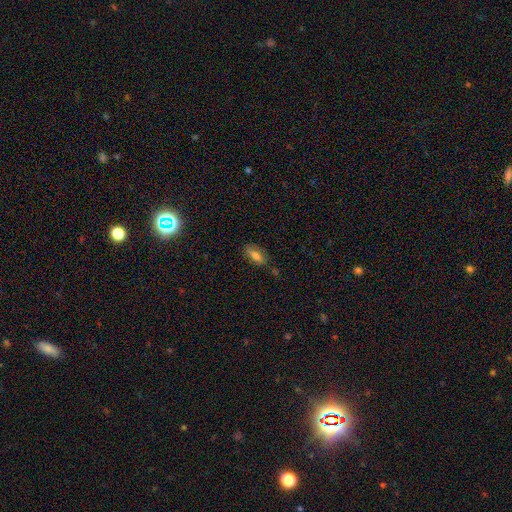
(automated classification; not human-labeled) Morphology: type=smooth (73%); roundness=in between (82%); merging=none (75%).